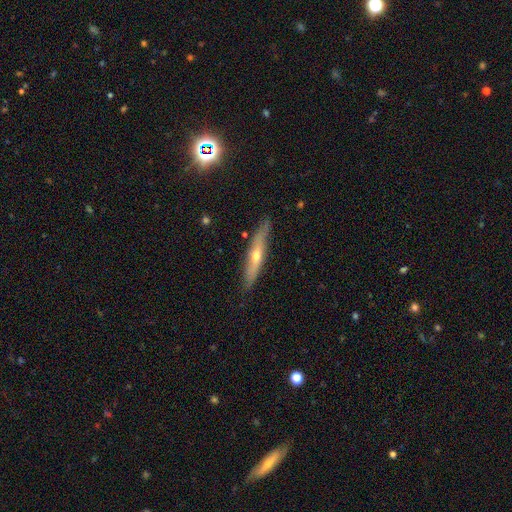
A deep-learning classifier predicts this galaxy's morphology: Smooth or featured? featured or disk (65%)
Edge-on disk? yes (90%)
Edge-on bulge? rounded (85%)
Merging? none (86%)